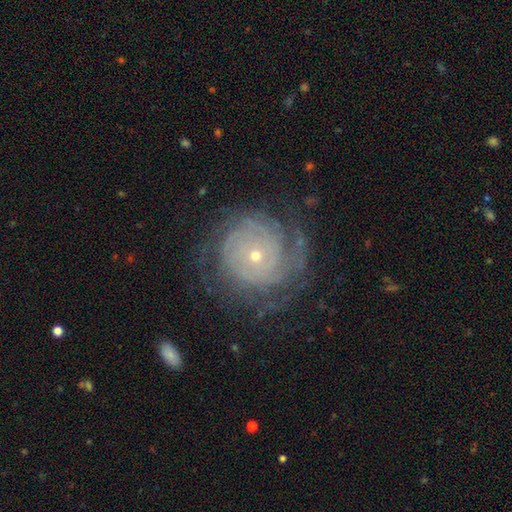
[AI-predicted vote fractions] A featured or disk galaxy (83%) with no bar (83%), tight (81%) spiral arms (94%) and a small central bulge (73%). Merging: none (72%).